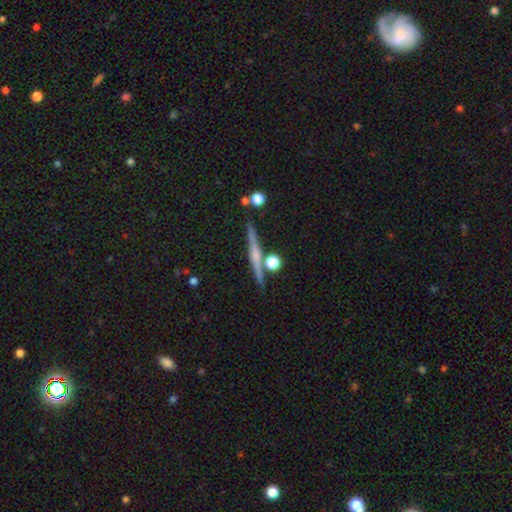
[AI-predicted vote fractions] A featured or disk galaxy (67%) viewed edge-on (97%) with a rounded central bulge (61%). Merging: none (83%).